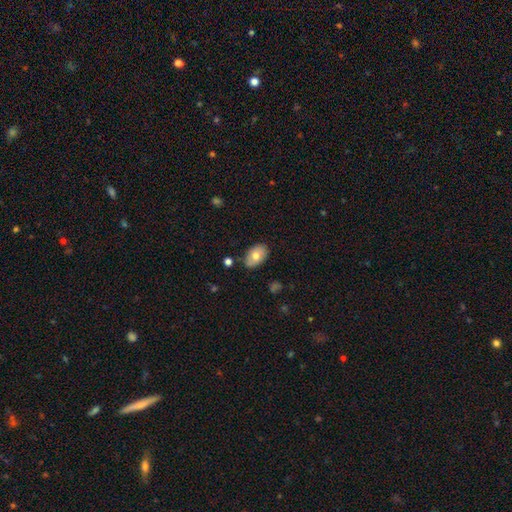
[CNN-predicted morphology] Smooth or featured: smooth — 72% (featured or disk — 21%)
How rounded: in between — 90% (round — 9%)
Merging: none — 82% (minor disturbance — 13%)